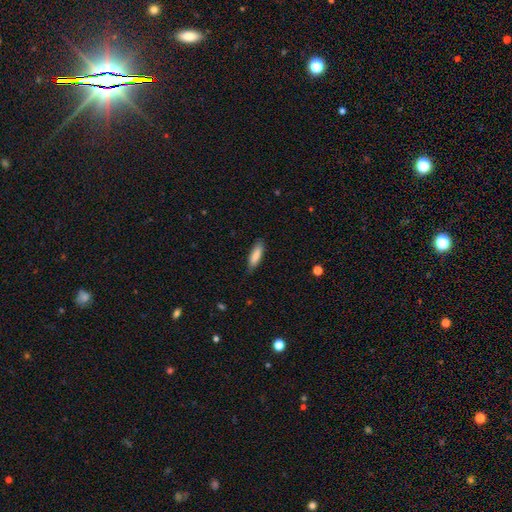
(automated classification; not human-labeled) Smooth or featured: smooth — 85% (featured or disk — 9%)
How rounded: cigar-shaped — 54% (in between — 45%)
Merging: none — 80% (minor disturbance — 17%)